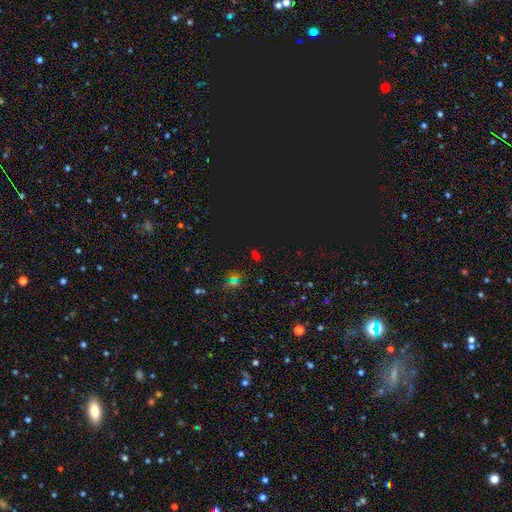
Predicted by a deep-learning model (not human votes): Morphology: type=star or artifact (67%).